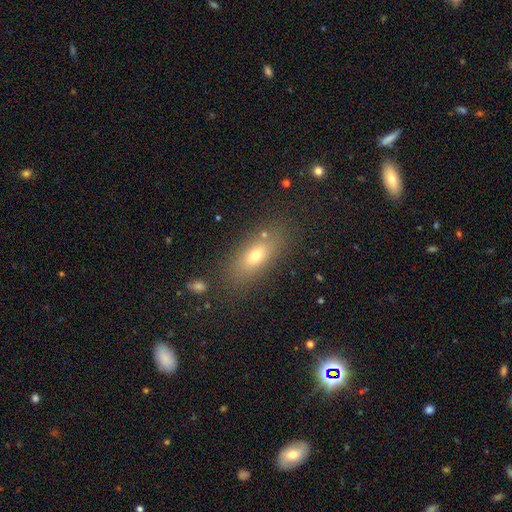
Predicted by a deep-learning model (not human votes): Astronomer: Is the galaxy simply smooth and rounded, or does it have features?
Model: smooth — 69%.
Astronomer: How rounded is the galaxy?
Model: in between — 75%.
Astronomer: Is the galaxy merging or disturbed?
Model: none — 80%.